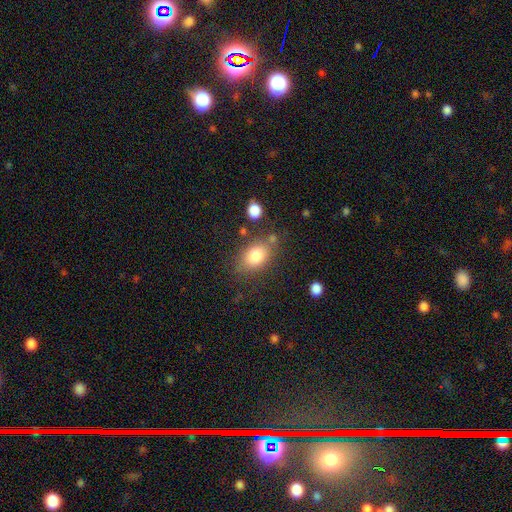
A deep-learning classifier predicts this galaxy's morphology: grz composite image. It shows a smooth galaxy with no disk features (82%) that is in between round and cigar-shaped (79%). Merging: none (71%).